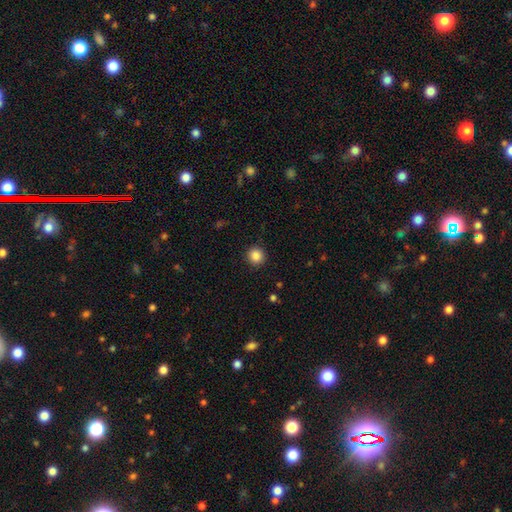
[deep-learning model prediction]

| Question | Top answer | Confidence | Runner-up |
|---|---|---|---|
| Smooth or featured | smooth | 87% | star or artifact (10%) |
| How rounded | round | 93% | in between (7%) |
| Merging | none | 91% | minor disturbance (6%) |